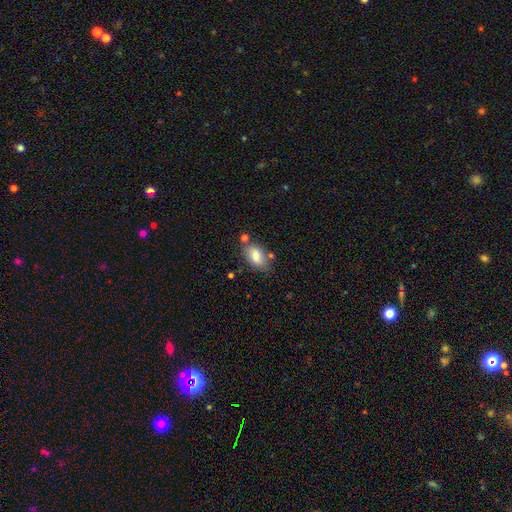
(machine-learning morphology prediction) Overall: smooth (81%). How rounded: in between (91%). Merging: none (70%).